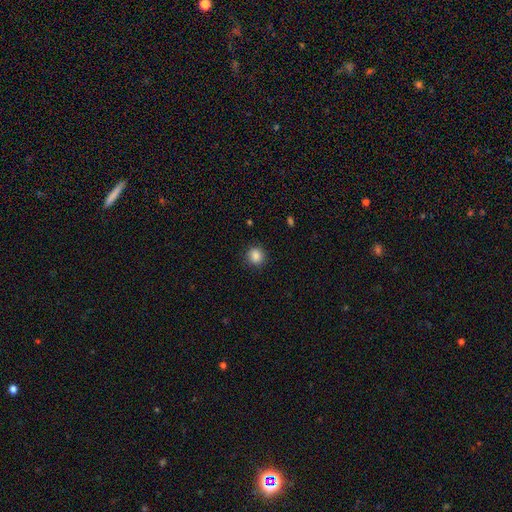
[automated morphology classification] smooth_or_featured: smooth (p=0.86) [alt: star or artifact p=0.10]
how_rounded: round (p=0.85) [alt: in between p=0.14]
merging: none (p=0.87) [alt: minor disturbance p=0.10]